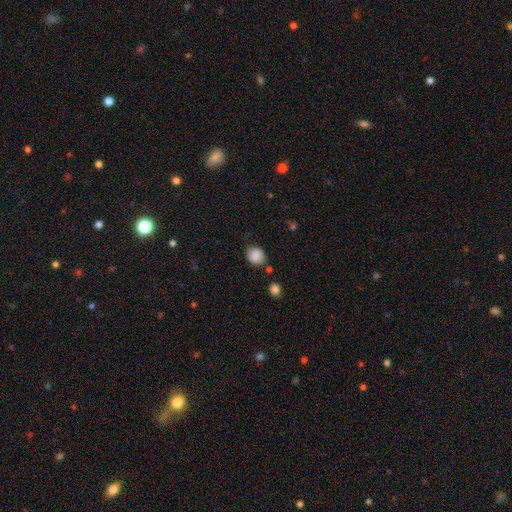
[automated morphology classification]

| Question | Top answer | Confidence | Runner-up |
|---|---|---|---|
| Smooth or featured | smooth | 87% | star or artifact (9%) |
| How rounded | round | 67% | in between (32%) |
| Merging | none | 77% | minor disturbance (15%) |